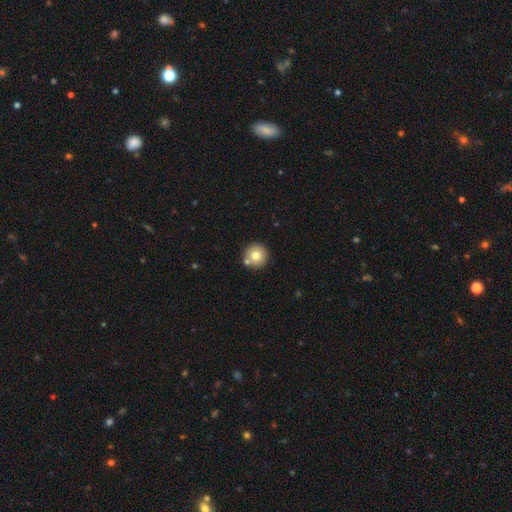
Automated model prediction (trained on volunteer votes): Smooth or featured: smooth — 76% (featured or disk — 14%)
How rounded: round — 95% (in between — 4%)
Merging: none — 79% (merger — 11%)